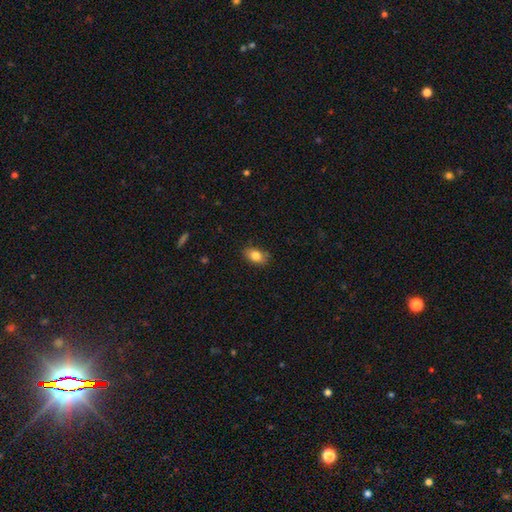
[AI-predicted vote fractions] smooth 83%, featured or disk 9%, star or artifact 8%. Down the decision tree: how rounded — in between (86%); merging — none (83%).